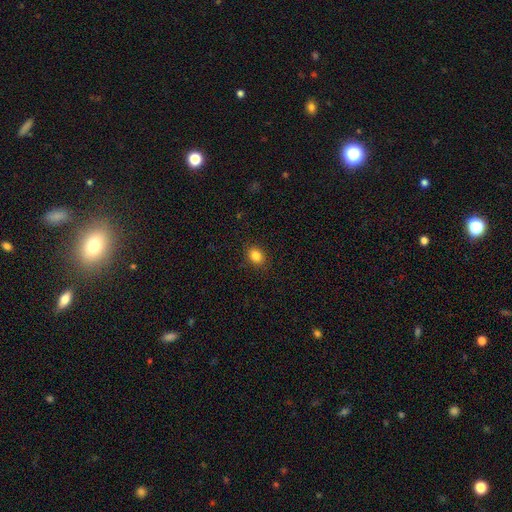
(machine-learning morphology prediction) Smooth or featured? smooth (85%)
How rounded? in between (52%)
Merging? none (89%)